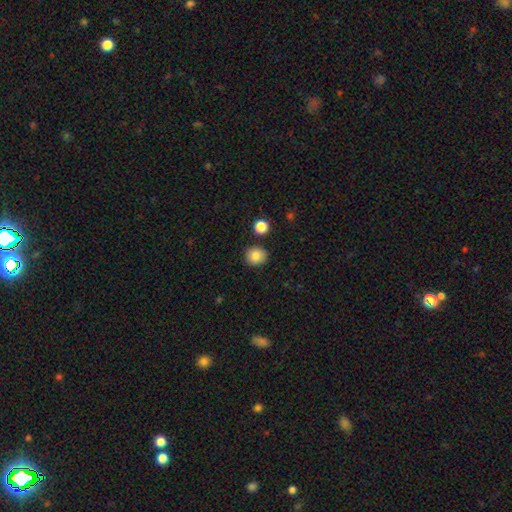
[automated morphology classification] smooth-or-featured: smooth: 84% | star or artifact: 10% | featured or disk: 6%
  how-rounded: round: 83% | in between: 16% | cigar-shaped: 1%
  merging: none: 86% | minor disturbance: 8% | merger: 3% | major disturbance: 2%